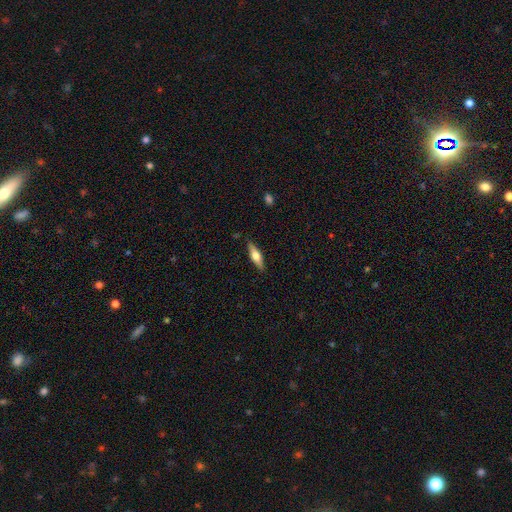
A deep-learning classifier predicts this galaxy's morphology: A featured or disk galaxy (51%) viewed edge-on (94%). Merging: none (87%).